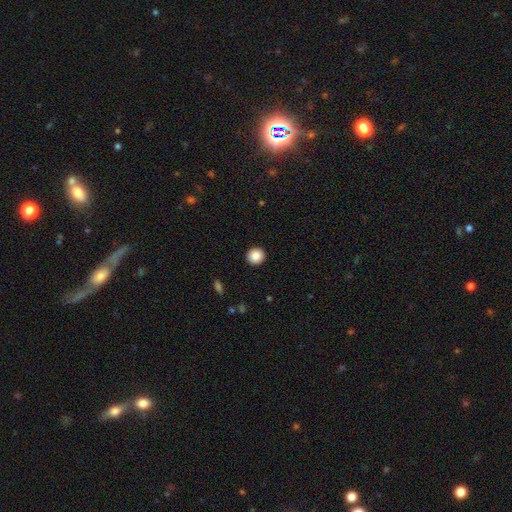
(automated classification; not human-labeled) Morphology: type=smooth (86%); roundness=round (94%); merging=none (93%).